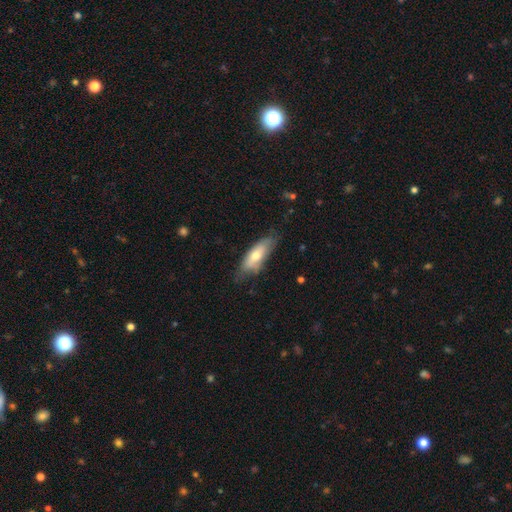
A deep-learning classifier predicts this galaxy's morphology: Q: Smooth or featured?
A: smooth (63%); runner-up: featured or disk (31%)
Q: How rounded?
A: in between (67%); runner-up: cigar-shaped (31%)
Q: Merging?
A: none (64%); runner-up: minor disturbance (28%)